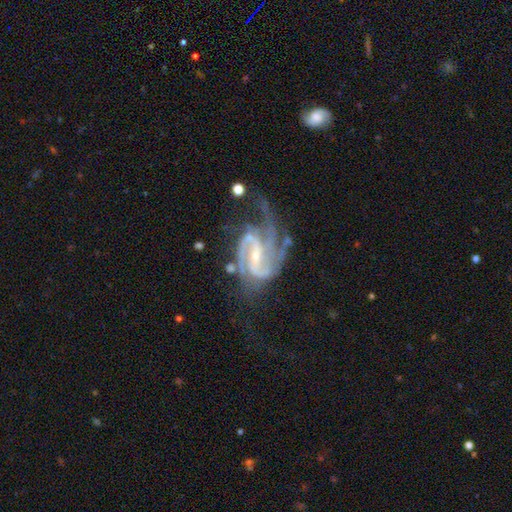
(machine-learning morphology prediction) This appears to be a featured or disk galaxy (91%) with a strong bar (48%), 2 (52%) medium (52%) spiral arms (98%) and a small central bulge (71%). Merging: none (42%).